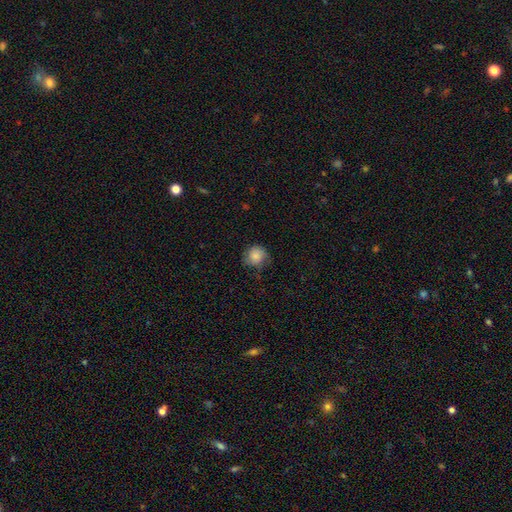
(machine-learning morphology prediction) smooth_or_featured: smooth (p=0.82) [alt: featured or disk p=0.09]
how_rounded: round (p=0.86) [alt: in between p=0.14]
merging: none (p=0.67) [alt: minor disturbance p=0.25]